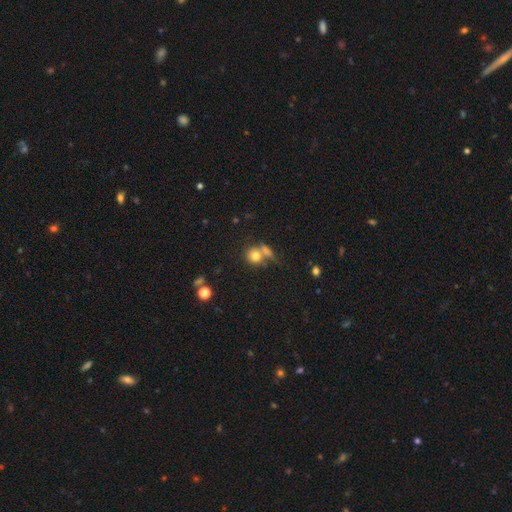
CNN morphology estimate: smooth-or-featured: smooth: 78% | featured or disk: 11% | star or artifact: 10%
  how-rounded: round: 79% | in between: 19% | cigar-shaped: 2%
  merging: none: 46% | merger: 38% | minor disturbance: 10% | major disturbance: 6%